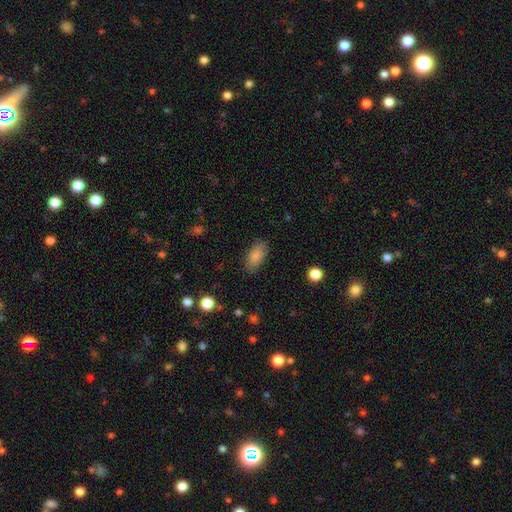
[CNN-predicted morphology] The model was most divided on "merging": none: 84%, minor disturbance: 12%, major disturbance: 3%, merger: 1%. More confident: how rounded — in between (92%); smooth or featured — smooth (86%).